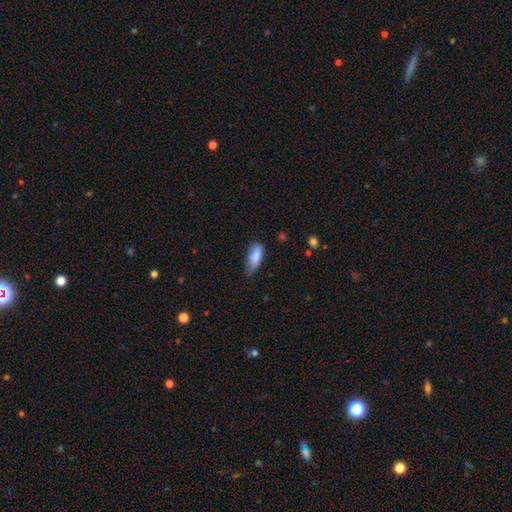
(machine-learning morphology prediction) Smooth or featured? smooth (83%)
How rounded? in between (83%)
Merging? none (45%)